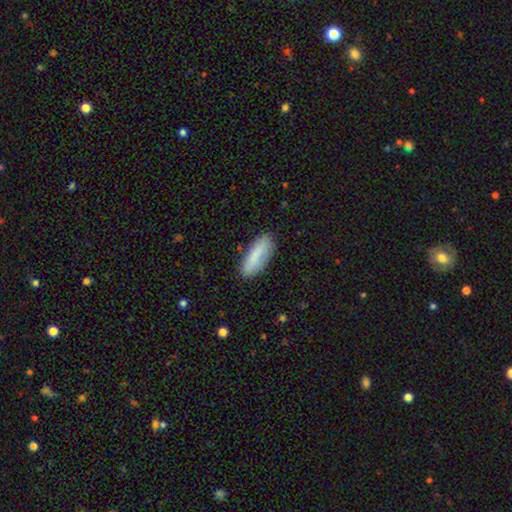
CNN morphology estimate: Smooth or featured? smooth (84%)
How rounded? in between (61%)
Merging? none (83%)